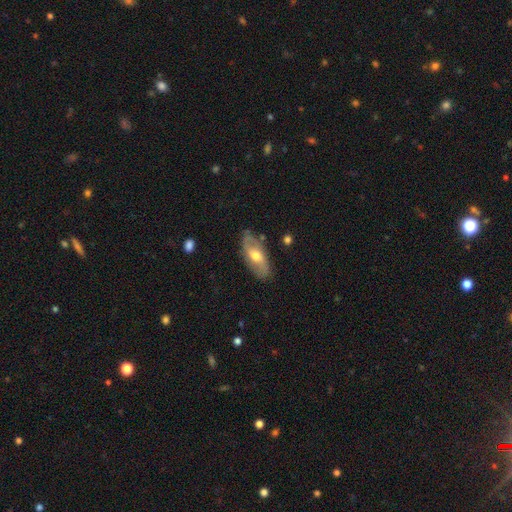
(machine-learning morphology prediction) This appears to be a featured or disk galaxy (55%). Merging: none (78%).